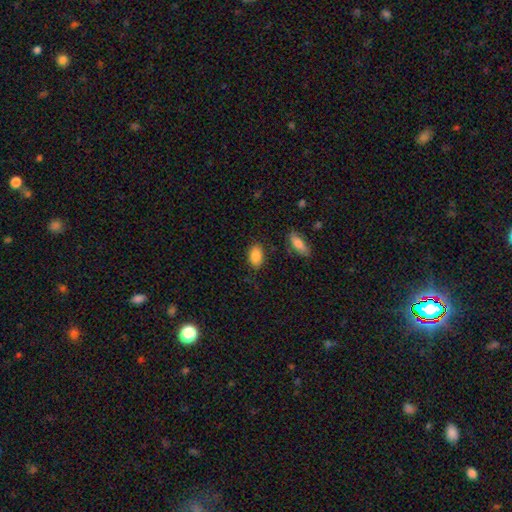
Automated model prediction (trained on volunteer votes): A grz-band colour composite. It shows a smooth galaxy with no disk features (87%) that is in between round and cigar-shaped (90%). Merging: none (81%).